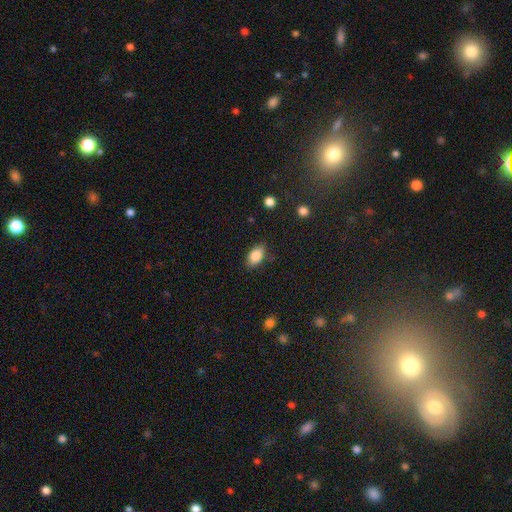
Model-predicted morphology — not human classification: This appears to be a smooth galaxy with no disk features (85%) that is in between round and cigar-shaped (90%). Merging: none (84%).